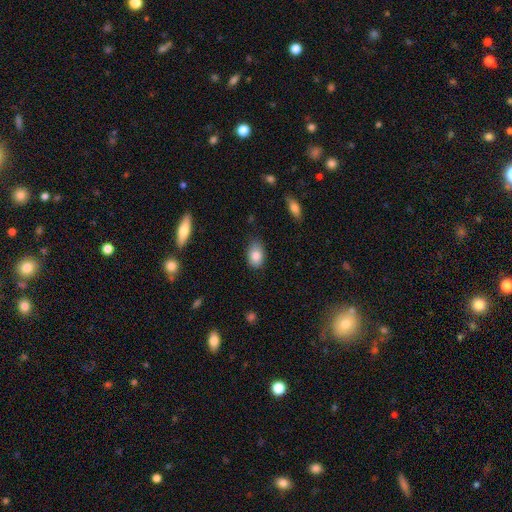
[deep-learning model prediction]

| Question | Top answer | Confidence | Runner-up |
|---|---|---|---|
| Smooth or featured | smooth | 83% | featured or disk (8%) |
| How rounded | in between | 86% | round (12%) |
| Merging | none | 76% | minor disturbance (19%) |